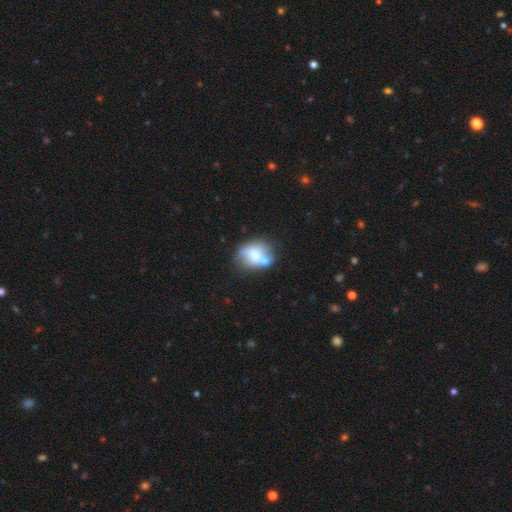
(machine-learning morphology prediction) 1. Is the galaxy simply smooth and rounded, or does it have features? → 61% smooth, 30% featured or disk, 9% star or artifact.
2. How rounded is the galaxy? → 50% in between, 49% round, 1% cigar-shaped.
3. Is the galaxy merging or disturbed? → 38% merger, 36% none, 17% minor disturbance, 9% major disturbance.